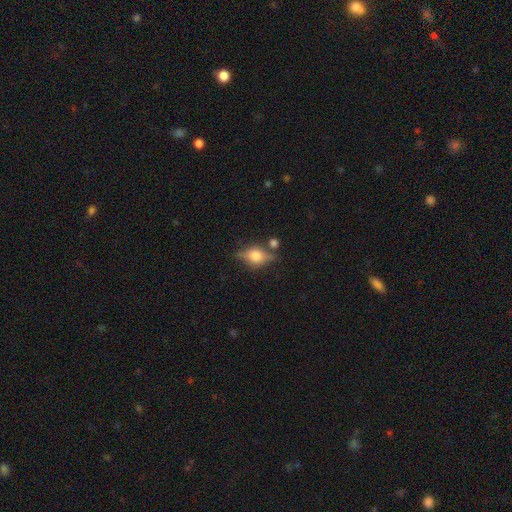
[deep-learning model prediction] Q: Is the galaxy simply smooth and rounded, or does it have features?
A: featured or disk — 54%.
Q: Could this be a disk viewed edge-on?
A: yes — 88%.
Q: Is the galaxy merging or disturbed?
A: none — 70%.